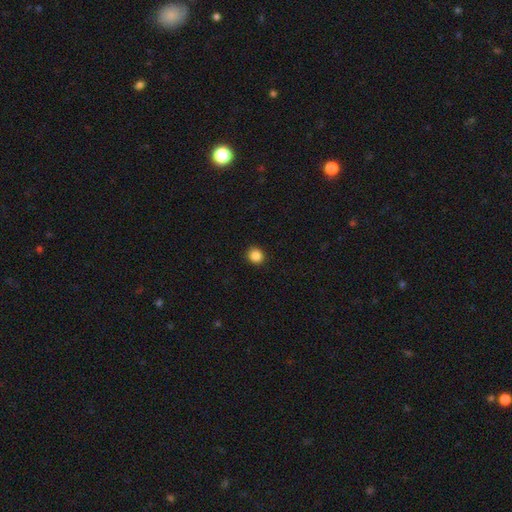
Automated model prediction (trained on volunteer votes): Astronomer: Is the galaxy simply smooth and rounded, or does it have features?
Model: smooth — 87%.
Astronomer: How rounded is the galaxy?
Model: round — 87%.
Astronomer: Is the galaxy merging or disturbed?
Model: none — 92%.